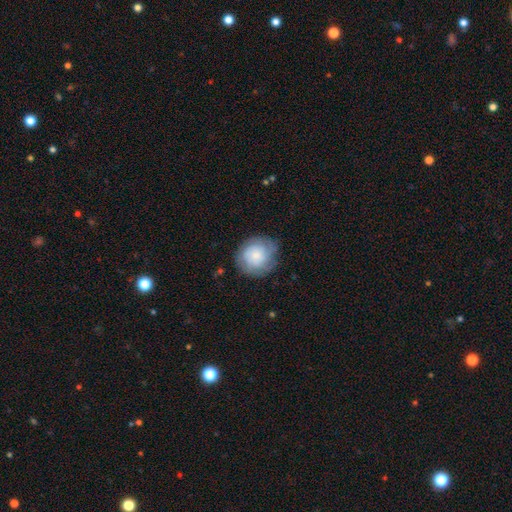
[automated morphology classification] type=smooth (59%); roundness=round (86%); merging=none (72%).